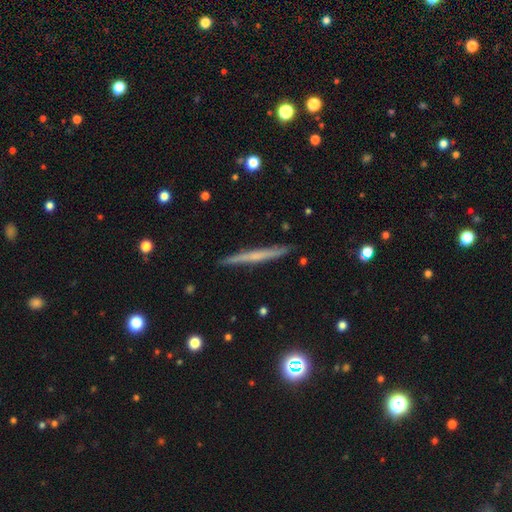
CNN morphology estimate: A featured or disk galaxy (51%) viewed edge-on (97%).

Vote fractions:
- Smooth or featured? featured or disk: 51% / smooth: 42% / star or artifact: 7%
- Edge-on disk? yes: 97% / no: 3%
- Merging? none: 90% / minor disturbance: 7% / major disturbance: 1% / merger: 1%